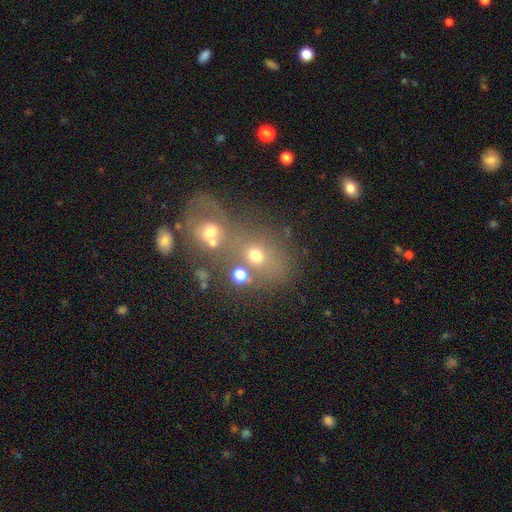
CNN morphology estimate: This is possibly a smooth galaxy (56%). How rounded: likely round (61%). Merging: possibly merger (53%).